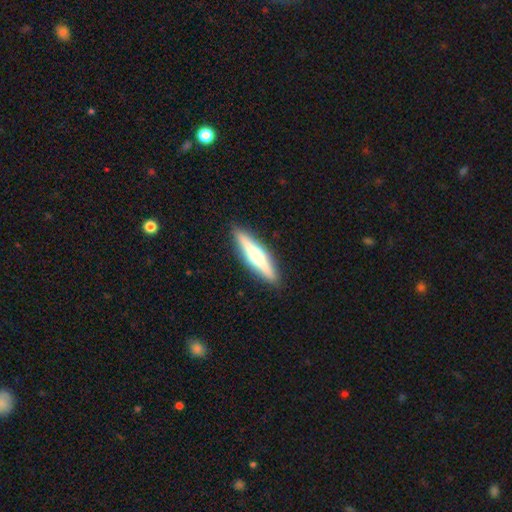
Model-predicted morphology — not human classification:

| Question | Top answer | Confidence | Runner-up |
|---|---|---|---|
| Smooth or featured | featured or disk | 61% | smooth (34%) |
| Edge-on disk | yes | 96% | no (4%) |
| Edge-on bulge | rounded | 91% | none (5%) |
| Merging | none | 91% | minor disturbance (6%) |